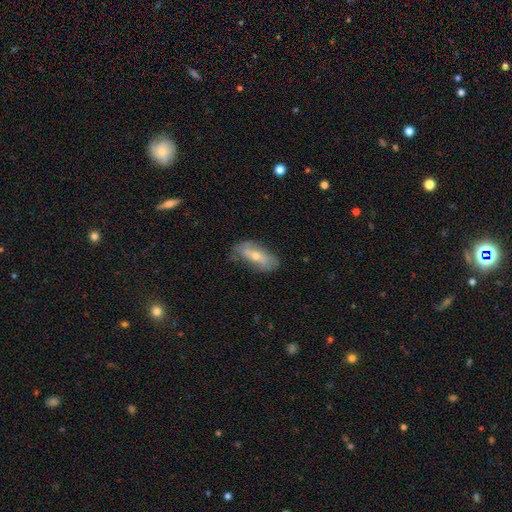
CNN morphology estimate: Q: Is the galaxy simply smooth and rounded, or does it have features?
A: featured or disk — 51%.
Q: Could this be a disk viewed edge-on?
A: no — 75%.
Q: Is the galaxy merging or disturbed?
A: none — 66%.